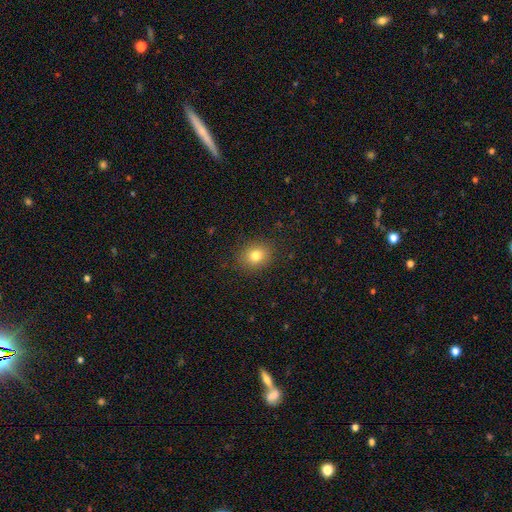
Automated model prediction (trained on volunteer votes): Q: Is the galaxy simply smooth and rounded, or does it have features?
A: smooth — 80%.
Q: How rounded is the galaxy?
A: round — 65%.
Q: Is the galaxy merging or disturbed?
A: none — 89%.